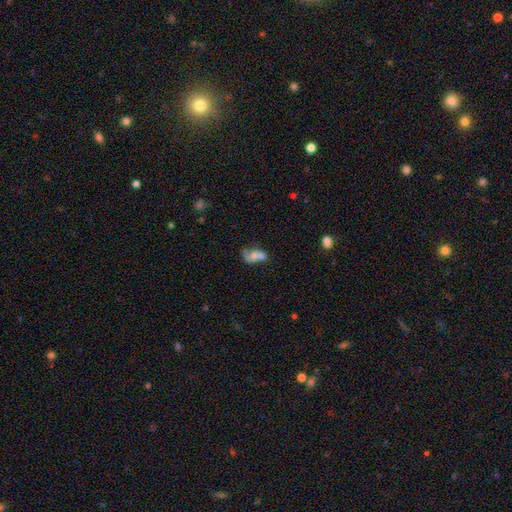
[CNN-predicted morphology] Smooth or featured? Predicted: smooth (p=0.49). Merging? Predicted: merger (p=0.55).